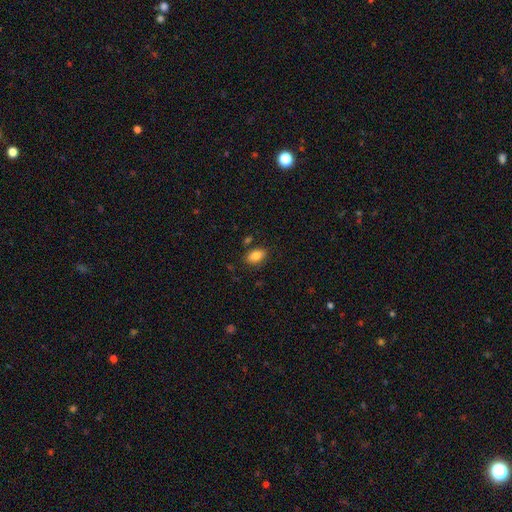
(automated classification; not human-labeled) smooth_or_featured: smooth (p=0.84) [alt: star or artifact p=0.08]
how_rounded: in between (p=0.88) [alt: round p=0.10]
merging: none (p=0.81) [alt: minor disturbance p=0.12]